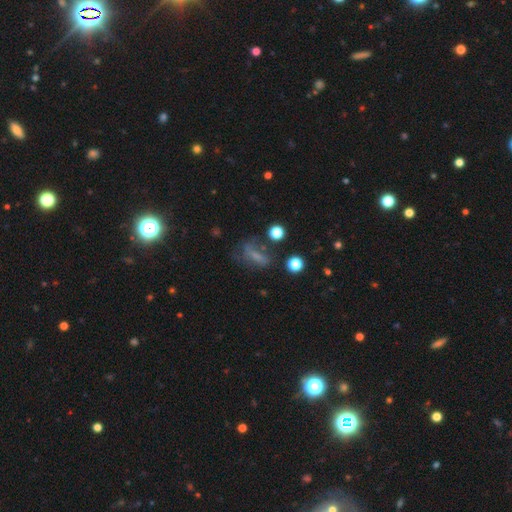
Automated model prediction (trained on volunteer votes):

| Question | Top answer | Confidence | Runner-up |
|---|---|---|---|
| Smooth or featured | smooth | 49% | featured or disk (27%) |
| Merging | none | 45% | major disturbance (25%) |